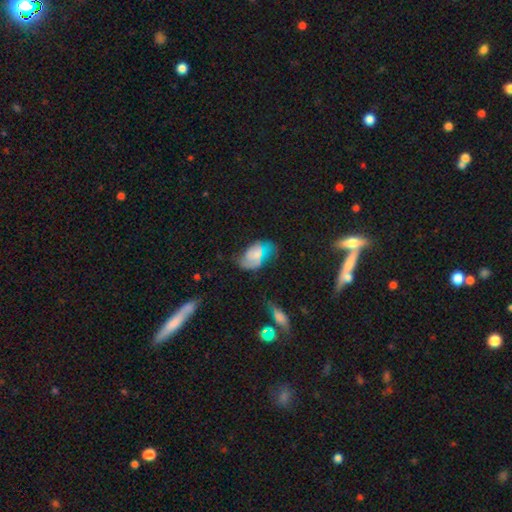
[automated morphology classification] type=smooth (54%); roundness=in between (91%); merging=none (39%).